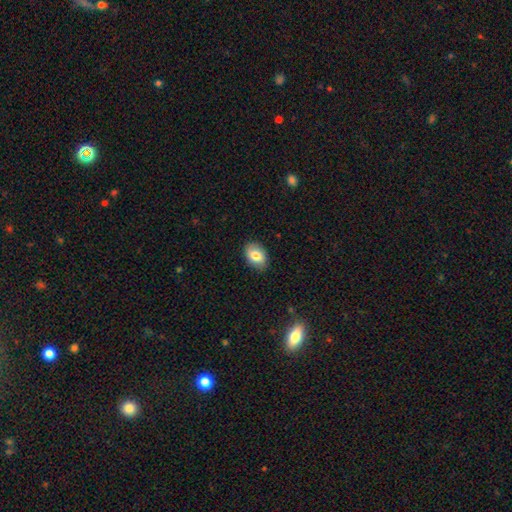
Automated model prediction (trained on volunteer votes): Smooth or featured?
  - smooth: 82% *
  - featured or disk: 11%
  - star or artifact: 7%
How rounded?
  - in between: 83% *
  - round: 16%
  - cigar-shaped: 1%
Merging?
  - none: 86% *
  - minor disturbance: 11%
  - major disturbance: 2%
  - merger: 1%